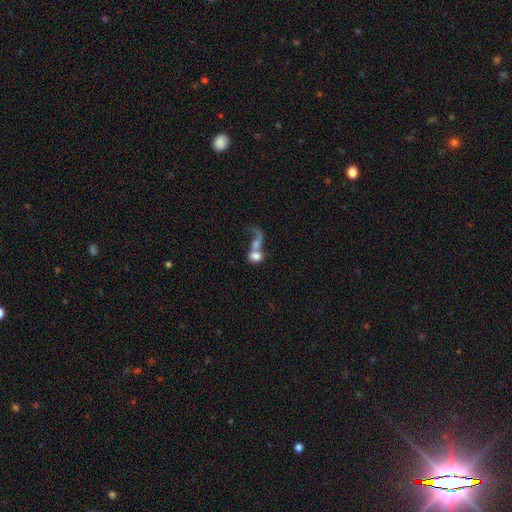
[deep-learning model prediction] smooth-or-featured: smooth: 56% | featured or disk: 34% | star or artifact: 10%
  how-rounded: in between: 55% | round: 41% | cigar-shaped: 4%
  merging: merger: 64% | major disturbance: 18% | none: 12% | minor disturbance: 6%